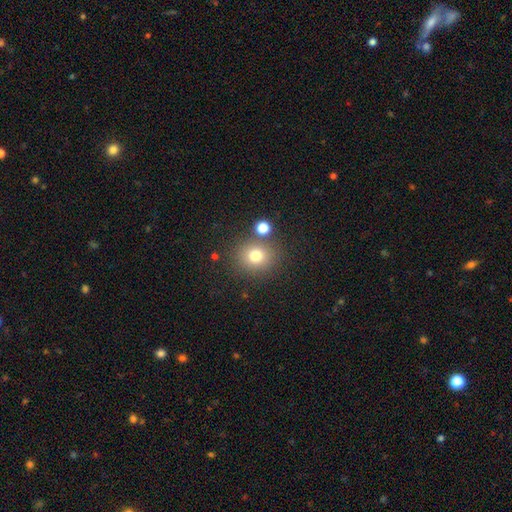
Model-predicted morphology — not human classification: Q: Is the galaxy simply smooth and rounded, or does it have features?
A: smooth — 76%.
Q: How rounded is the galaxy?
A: round — 80%.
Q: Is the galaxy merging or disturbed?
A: none — 76%.